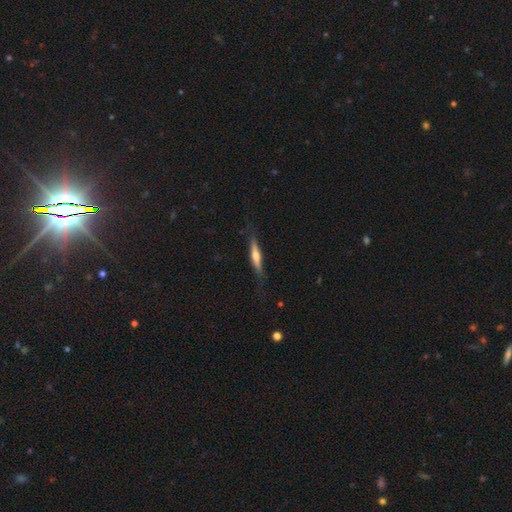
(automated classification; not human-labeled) This appears to be a featured or disk galaxy (53%) viewed edge-on (94%). Merging: none (77%).